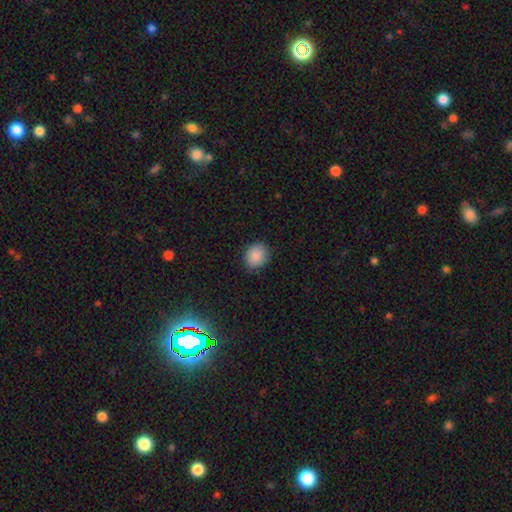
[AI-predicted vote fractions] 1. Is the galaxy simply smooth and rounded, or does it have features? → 88% smooth, 9% star or artifact, 3% featured or disk.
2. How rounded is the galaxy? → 76% round, 23% in between, 1% cigar-shaped.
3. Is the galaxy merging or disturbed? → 86% none, 11% minor disturbance, 3% major disturbance, 1% merger.